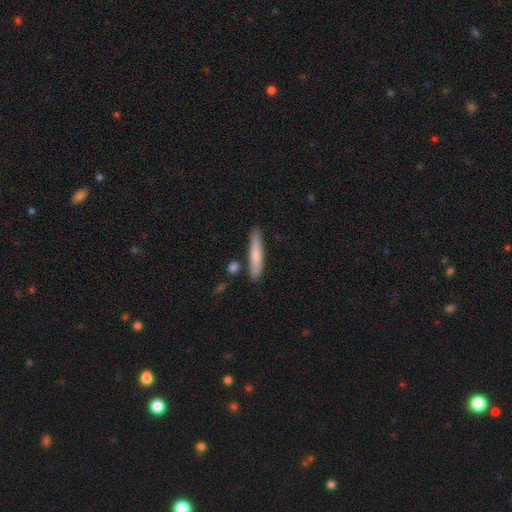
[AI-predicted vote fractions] Smooth or featured? smooth (73%)
How rounded? cigar-shaped (92%)
Merging? none (80%)